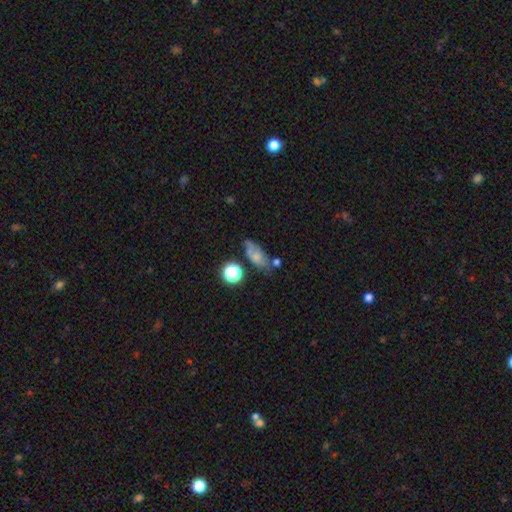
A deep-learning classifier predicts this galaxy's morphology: Overall: smooth (63%; featured or disk 23%). How rounded: in between (74%). Merging: none (45%; minor disturbance 28%).